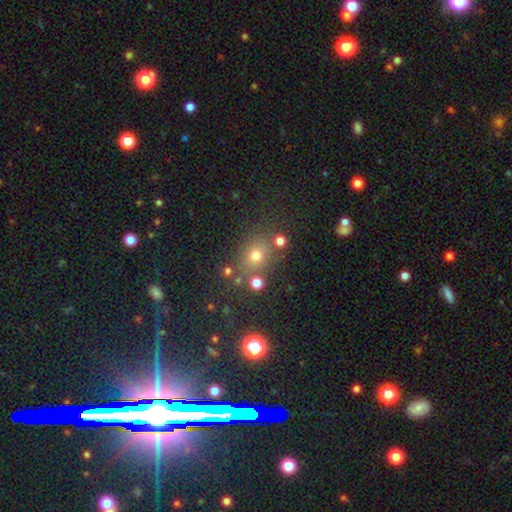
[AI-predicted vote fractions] A smooth galaxy with no disk features (67%) that is round (66%).

Vote fractions:
- Smooth or featured? smooth: 67% / star or artifact: 23% / featured or disk: 11%
- How rounded? round: 66% / in between: 32% / cigar-shaped: 1%
- Merging? none: 74% / minor disturbance: 12% / merger: 9% / major disturbance: 5%